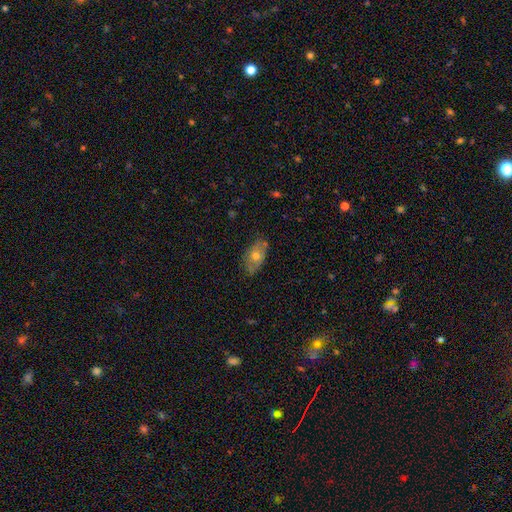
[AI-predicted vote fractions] The model was most divided on "smooth or featured": smooth: 57%, featured or disk: 35%, star or artifact: 7%. More confident: how rounded — in between (89%); merging — none (68%).